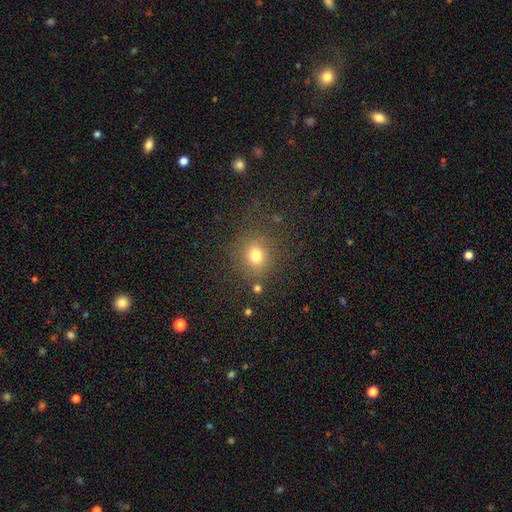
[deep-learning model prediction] smooth_or_featured: smooth (p=0.75) [alt: star or artifact p=0.17]
how_rounded: round (p=0.83) [alt: in between p=0.16]
merging: none (p=0.79) [alt: minor disturbance p=0.11]